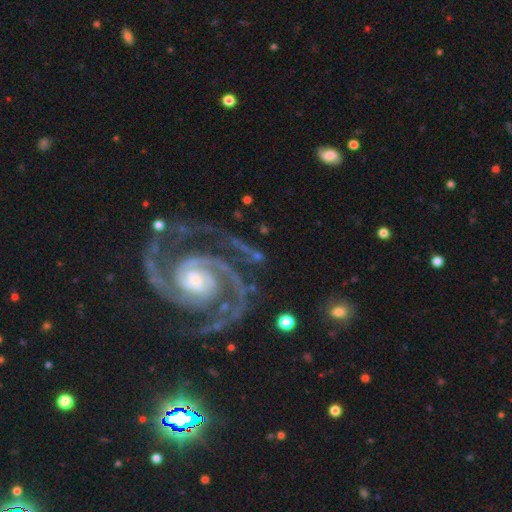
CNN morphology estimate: Smooth or featured? featured or disk (89%)
Edge-on disk? no (97%)
Bar? no (53%)
Spiral arms? yes (98%)
Spiral winding? tight (57%)
Spiral arm count? 2 (76%)
Bulge size? small (40%, tied with moderate)
Merging? none (68%)